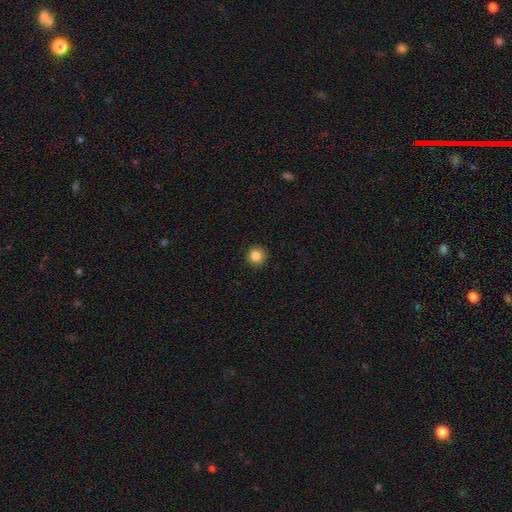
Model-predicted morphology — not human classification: Smooth or featured? smooth (85%)
How rounded? round (95%)
Merging? none (93%)